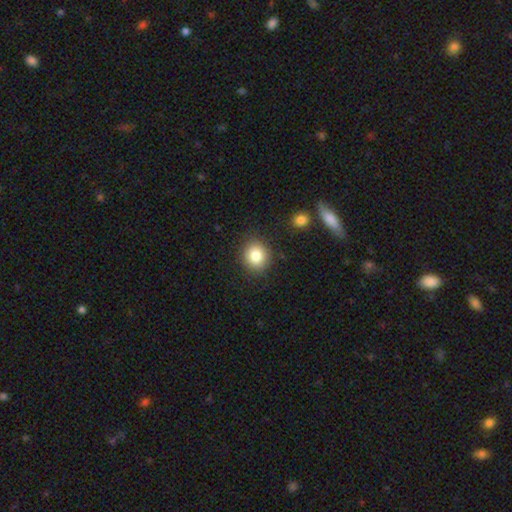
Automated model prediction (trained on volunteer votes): A smooth galaxy with no disk features (83%) that is round (80%).

Vote fractions:
- Smooth or featured? smooth: 83% / star or artifact: 10% / featured or disk: 7%
- How rounded? round: 80% / in between: 19% / cigar-shaped: 1%
- Merging? none: 88% / minor disturbance: 8% / major disturbance: 3% / merger: 2%